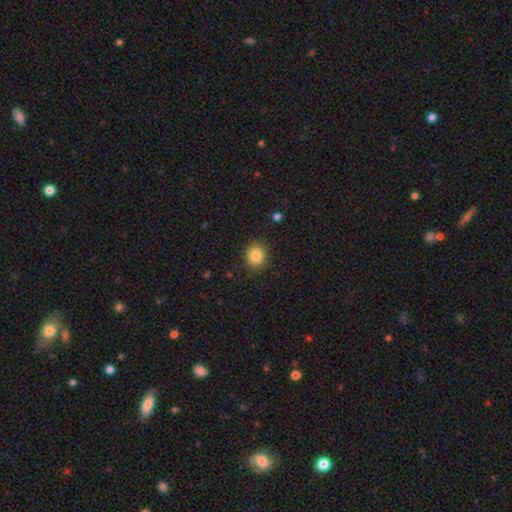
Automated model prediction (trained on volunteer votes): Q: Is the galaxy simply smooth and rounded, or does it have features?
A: smooth — 84%.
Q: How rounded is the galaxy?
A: round — 76%.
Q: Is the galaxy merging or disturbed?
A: none — 89%.